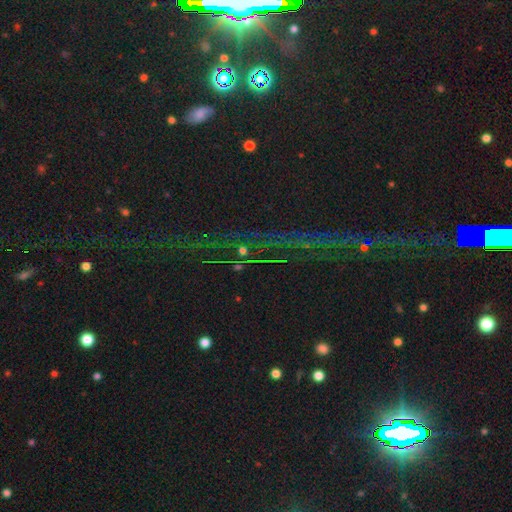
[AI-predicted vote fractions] smooth-or-featured: star or artifact: 76% | featured or disk: 12% | smooth: 11%